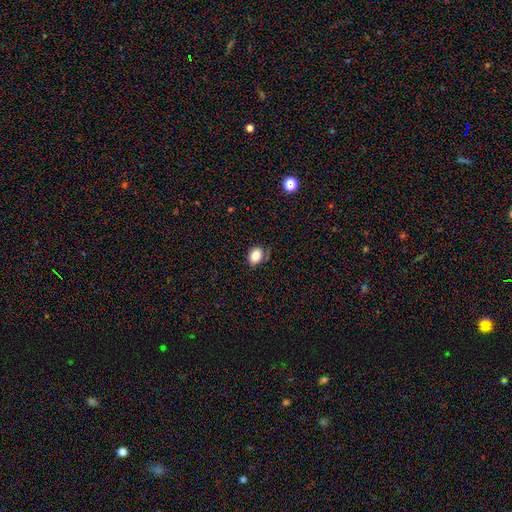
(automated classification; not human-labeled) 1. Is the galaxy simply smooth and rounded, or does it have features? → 84% smooth, 9% star or artifact, 7% featured or disk.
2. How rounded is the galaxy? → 65% in between, 34% round, 1% cigar-shaped.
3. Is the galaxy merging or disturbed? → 73% none, 20% minor disturbance, 5% major disturbance, 2% merger.